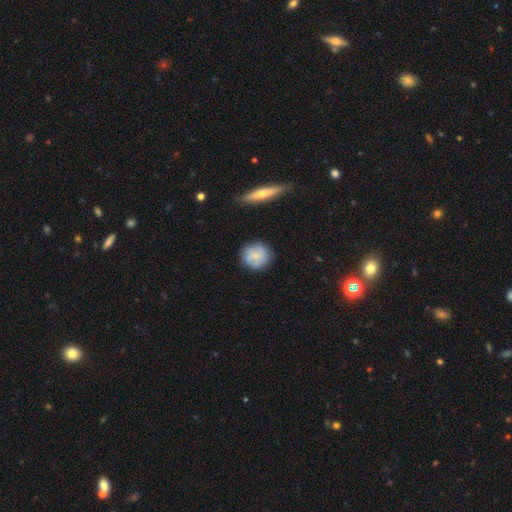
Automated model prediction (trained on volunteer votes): Smooth or featured?
  - smooth: 66% *
  - featured or disk: 27%
  - star or artifact: 7%
How rounded?
  - round: 86% *
  - in between: 12%
  - cigar-shaped: 2%
Merging?
  - none: 80% *
  - minor disturbance: 14%
  - major disturbance: 3%
  - merger: 2%